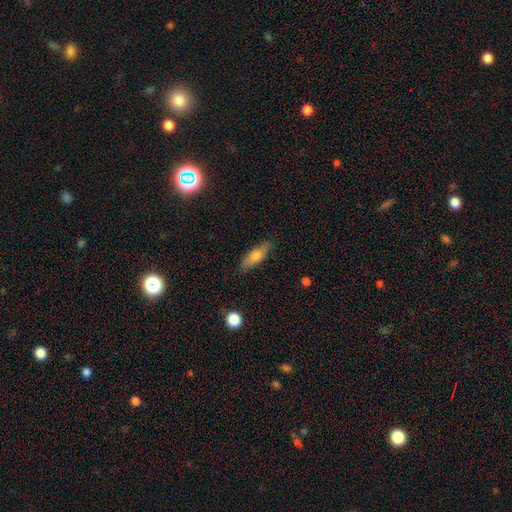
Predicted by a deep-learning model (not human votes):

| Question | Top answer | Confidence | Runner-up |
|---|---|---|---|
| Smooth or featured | smooth | 60% | featured or disk (32%) |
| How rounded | cigar-shaped | 56% | in between (41%) |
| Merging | none | 86% | minor disturbance (10%) |